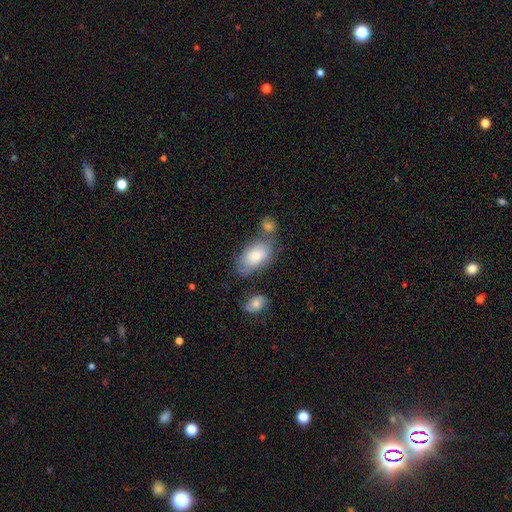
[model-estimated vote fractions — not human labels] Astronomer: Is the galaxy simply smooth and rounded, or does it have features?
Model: smooth — 78%.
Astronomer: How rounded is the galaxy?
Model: in between — 93%.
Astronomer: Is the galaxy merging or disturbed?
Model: none — 51%.